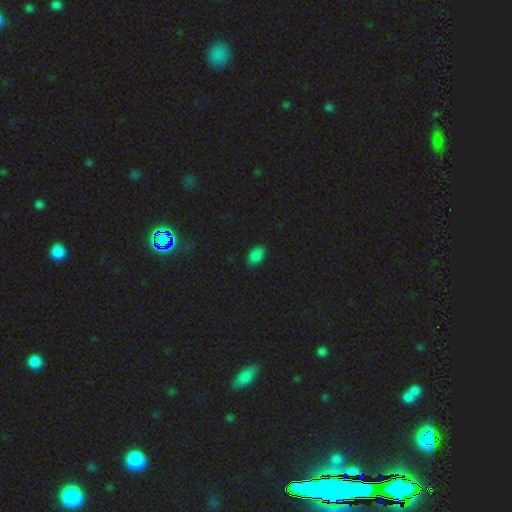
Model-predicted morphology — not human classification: Smooth or featured: smooth — 83% (star or artifact — 13%)
How rounded: in between — 87% (round — 12%)
Merging: none — 84% (minor disturbance — 13%)